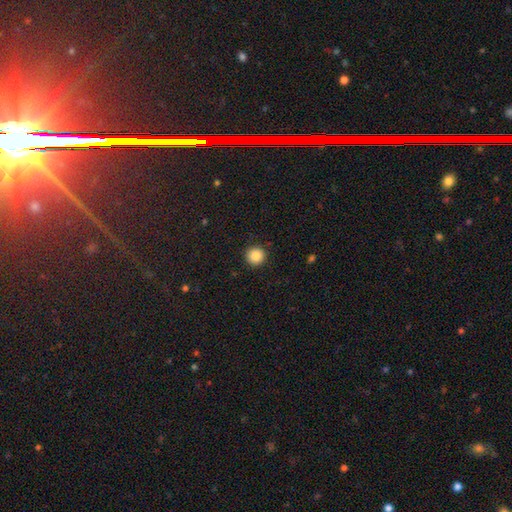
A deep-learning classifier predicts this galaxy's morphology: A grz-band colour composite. It shows a smooth galaxy with no disk features (87%) that is round (95%). Merging: none (92%).